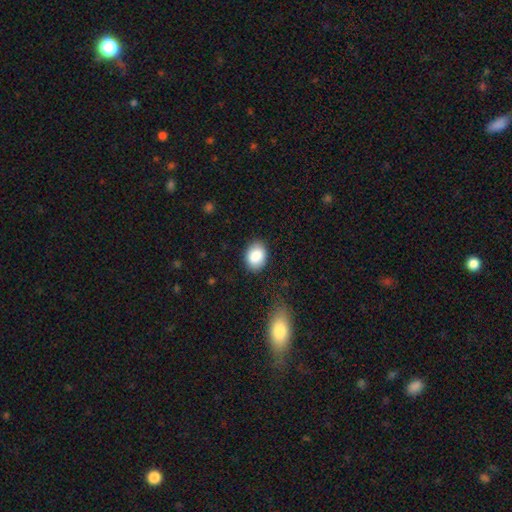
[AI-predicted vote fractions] Smooth or featured? Predicted: smooth (p=0.85). How rounded? Predicted: in between (p=0.72). Merging? Predicted: none (p=0.84).